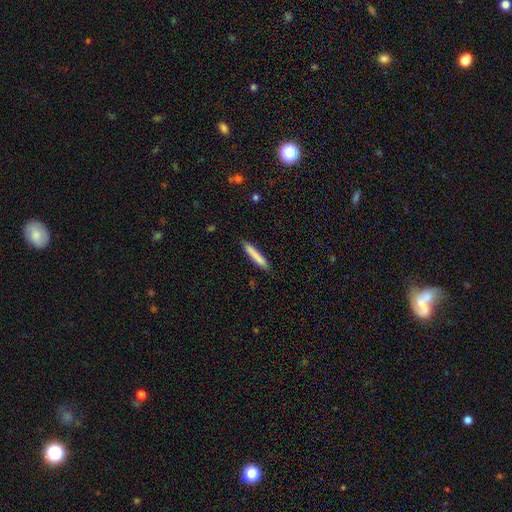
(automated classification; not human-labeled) A smooth galaxy with no disk features (81%) that is cigar-shaped (94%).

Vote fractions:
- Smooth or featured? smooth: 81% / featured or disk: 14% / star or artifact: 6%
- How rounded? cigar-shaped: 94% / in between: 5% / round: 1%
- Merging? none: 88% / minor disturbance: 9% / major disturbance: 2% / merger: 1%